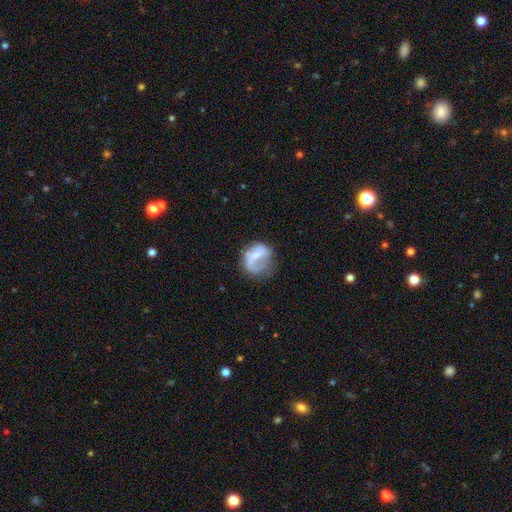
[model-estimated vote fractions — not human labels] This appears to be a smooth galaxy with no disk features (47%). Merging: none (36%, tied with major disturbance).